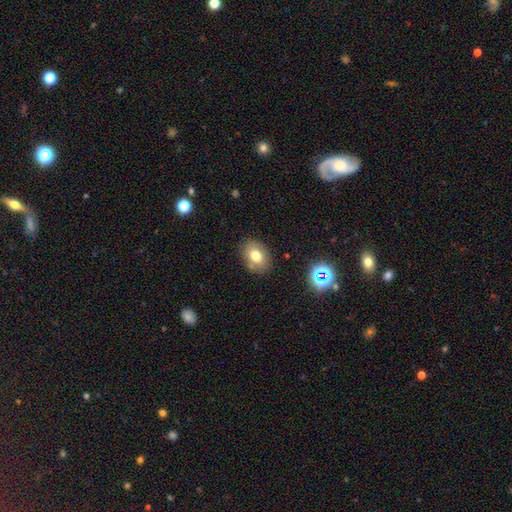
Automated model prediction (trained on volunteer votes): This is likely a smooth galaxy (74%). How rounded: likely in between (70%). Merging: clearly none (82%).